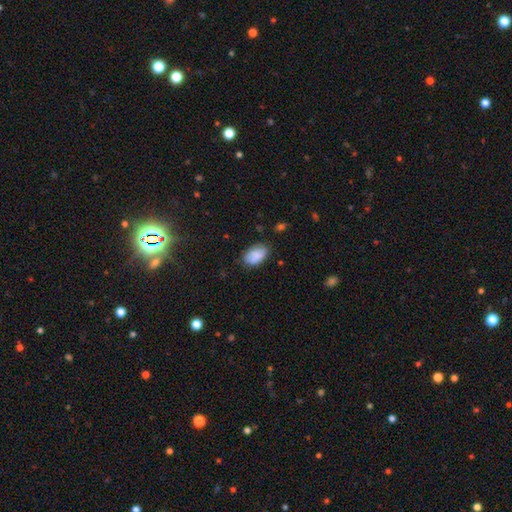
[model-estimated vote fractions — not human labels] The model was most divided on "merging": none: 73%, minor disturbance: 21%, major disturbance: 4%, merger: 2%. More confident: how rounded — in between (92%); smooth or featured — smooth (83%).